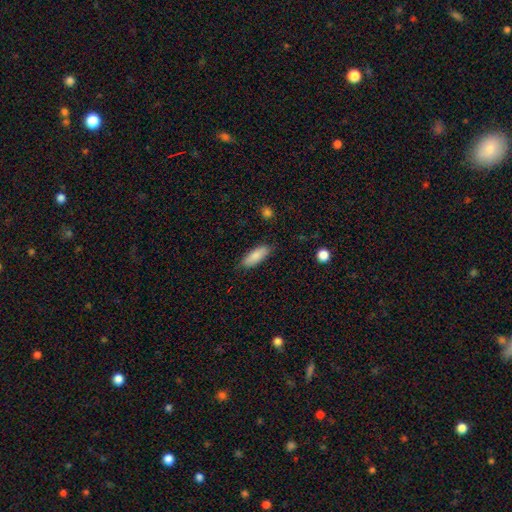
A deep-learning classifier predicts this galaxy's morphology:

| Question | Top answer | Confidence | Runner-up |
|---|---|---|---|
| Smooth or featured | smooth | 86% | featured or disk (8%) |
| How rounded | in between | 68% | cigar-shaped (30%) |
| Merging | none | 85% | minor disturbance (11%) |